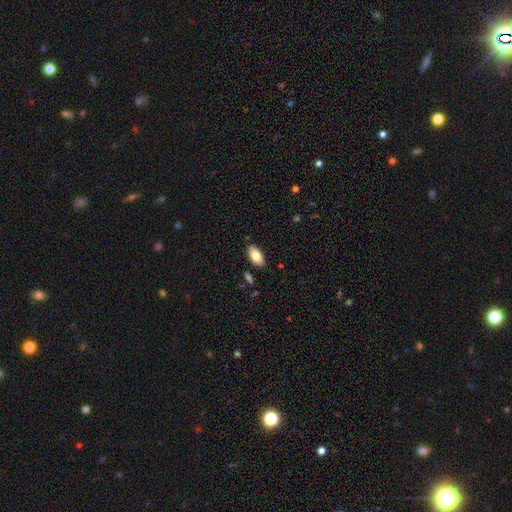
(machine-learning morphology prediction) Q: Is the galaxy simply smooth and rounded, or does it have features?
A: smooth — 82%.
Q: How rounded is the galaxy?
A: in between — 94%.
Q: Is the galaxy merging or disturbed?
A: none — 86%.